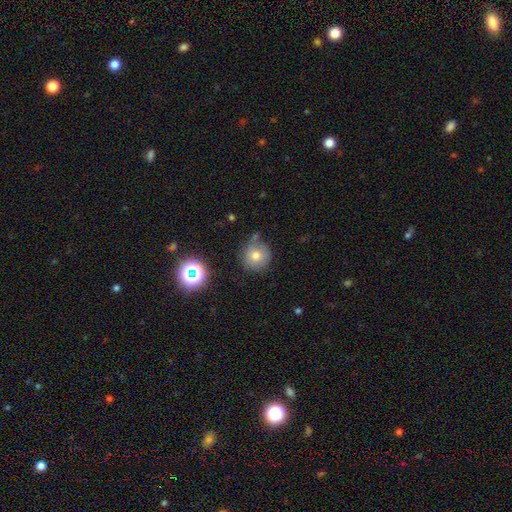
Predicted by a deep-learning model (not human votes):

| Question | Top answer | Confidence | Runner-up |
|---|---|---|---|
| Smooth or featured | smooth | 74% | star or artifact (14%) |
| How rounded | round | 94% | in between (5%) |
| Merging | none | 72% | minor disturbance (16%) |